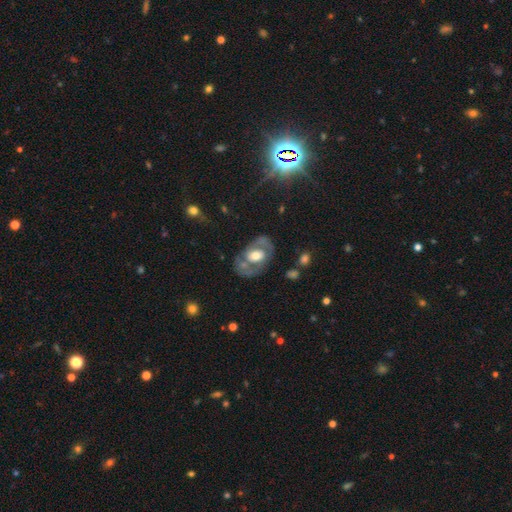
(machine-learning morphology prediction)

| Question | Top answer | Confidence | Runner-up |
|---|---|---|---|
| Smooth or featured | featured or disk | 64% | smooth (30%) |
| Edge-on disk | no | 94% | yes (6%) |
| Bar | no | 68% | weak (23%) |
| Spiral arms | no | 53% | yes (47%) |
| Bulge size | moderate | 60% | large (26%) |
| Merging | none | 61% | minor disturbance (19%) |